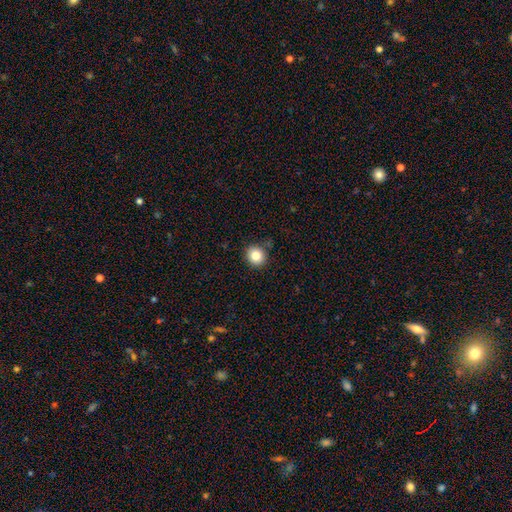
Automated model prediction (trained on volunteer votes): A smooth galaxy with no disk features (84%) that is round (90%). Merging: none (87%).